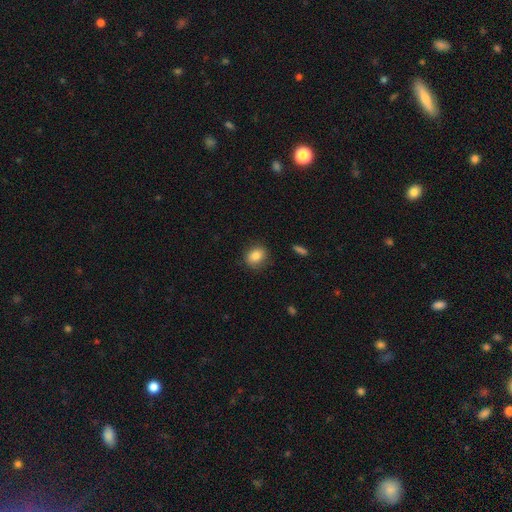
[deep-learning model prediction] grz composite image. It shows a smooth galaxy with no disk features (83%) that is round (59%). Merging: none (85%).